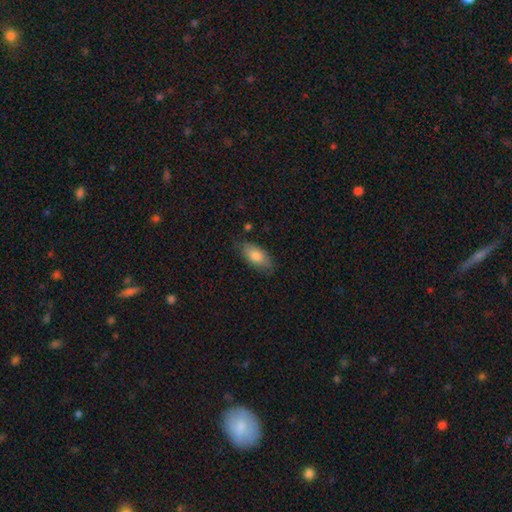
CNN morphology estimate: This appears to be a smooth galaxy with no disk features (81%) that is in between round and cigar-shaped (90%). Merging: none (73%).